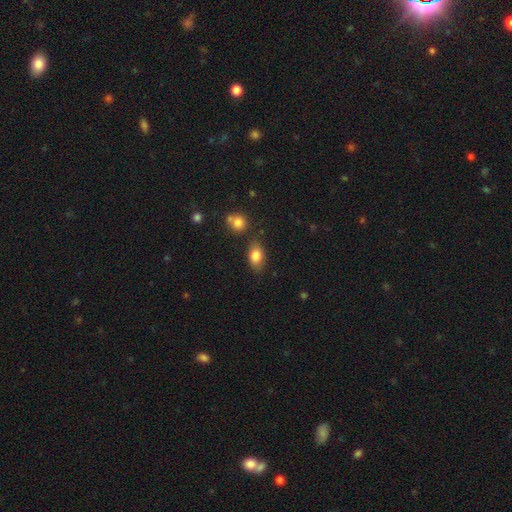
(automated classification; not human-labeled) smooth 83%, featured or disk 9%, star or artifact 8%. Down the decision tree: how rounded — in between (84%); merging — none (76%).